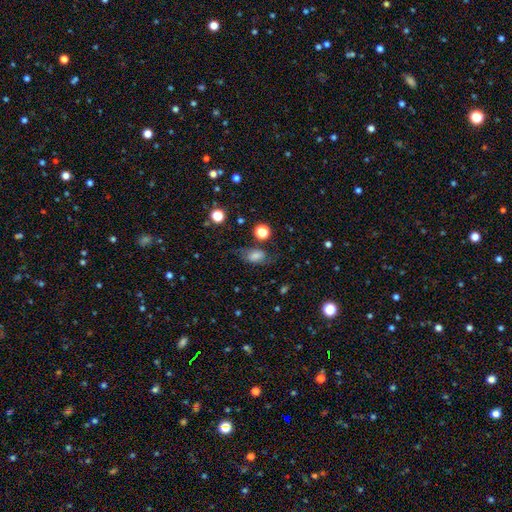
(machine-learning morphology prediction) Smooth or featured? smooth (59%)
How rounded? in between (78%)
Merging? none (58%)